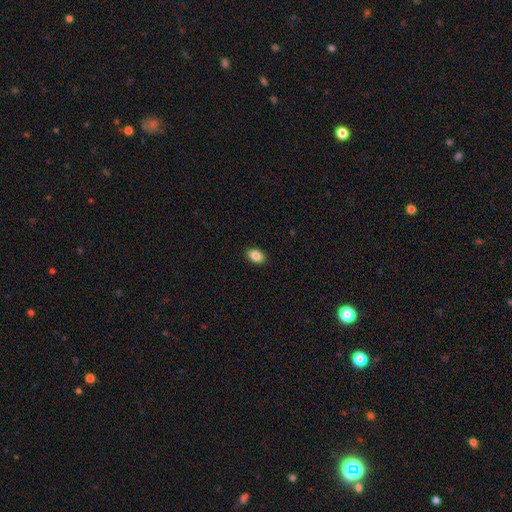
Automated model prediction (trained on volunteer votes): smooth 87%, star or artifact 8%, featured or disk 5%. Down the decision tree: how rounded — in between (85%); merging — none (90%).